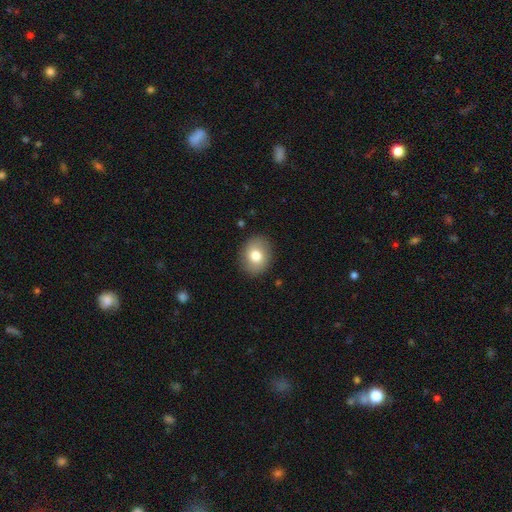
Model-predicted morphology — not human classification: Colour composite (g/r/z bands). It shows a smooth galaxy with no disk features (78%) that is round (51%). Merging: none (88%).